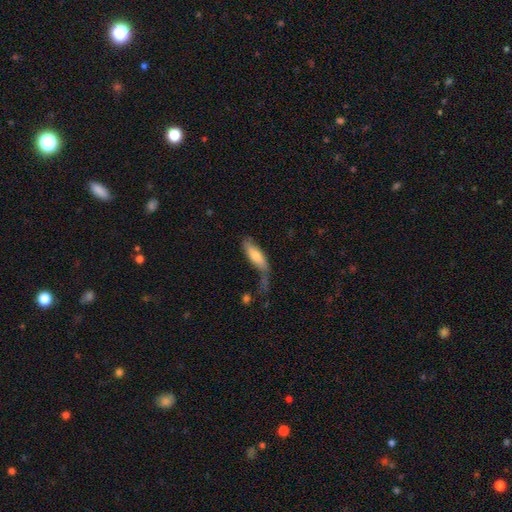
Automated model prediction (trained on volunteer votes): Smooth or featured? Predicted: smooth (p=0.69). How rounded? Predicted: in between (p=0.53). Merging? Predicted: none (p=0.41).